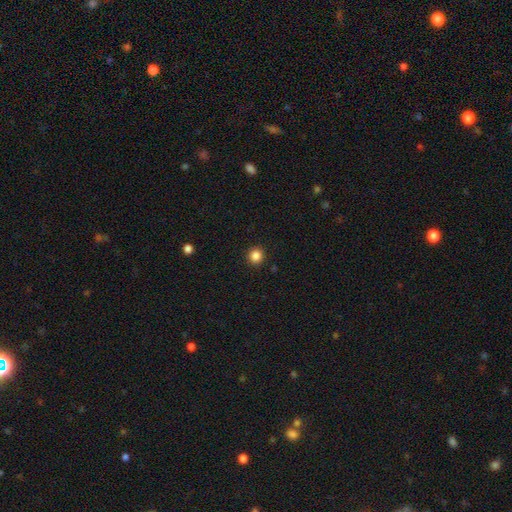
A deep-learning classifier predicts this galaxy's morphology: Smooth or featured? Predicted: smooth (p=0.85). How rounded? Predicted: round (p=0.93). Merging? Predicted: none (p=0.93).